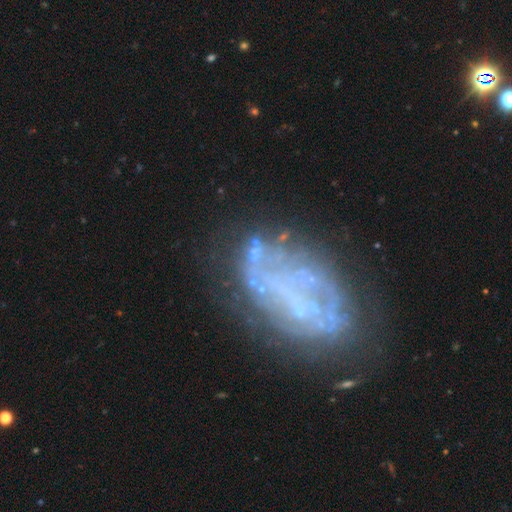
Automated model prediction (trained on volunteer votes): Smooth or featured?
  - featured or disk: 58% *
  - star or artifact: 23%
  - smooth: 19%
Edge-on disk?
  - no: 96% *
  - yes: 4%
Bar?
  - no: 77% *
  - weak: 14%
  - strong: 9%
Spiral arms?
  - no: 60% *
  - yes: 40%
Bulge size?
  - none: 69% *
  - small: 19%
  - moderate: 8%
  - large: 2%
  - dominant: 2%
Merging?
  - none: 50% *
  - major disturbance: 25%
  - minor disturbance: 19%
  - merger: 6%